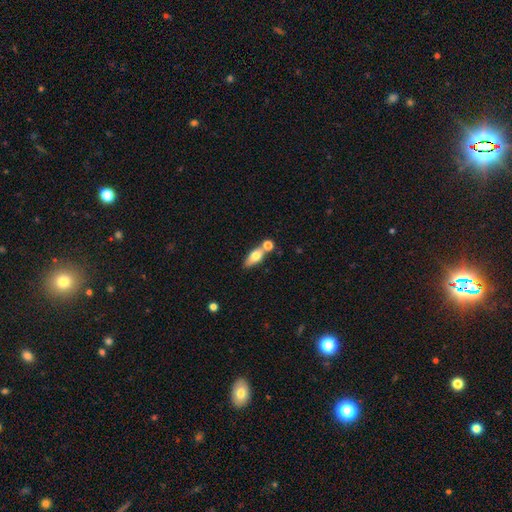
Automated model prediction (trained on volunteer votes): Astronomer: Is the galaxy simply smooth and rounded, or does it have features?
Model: smooth — 65%.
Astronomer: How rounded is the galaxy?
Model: in between — 70%.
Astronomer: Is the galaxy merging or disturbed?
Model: none — 53% (runner-up: merger, 31%).